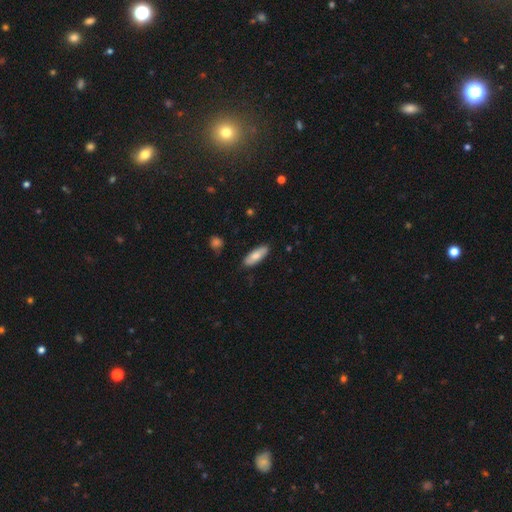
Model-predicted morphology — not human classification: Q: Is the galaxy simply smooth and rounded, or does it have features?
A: smooth — 78%.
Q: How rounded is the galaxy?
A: in between — 65%.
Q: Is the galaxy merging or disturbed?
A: none — 85%.